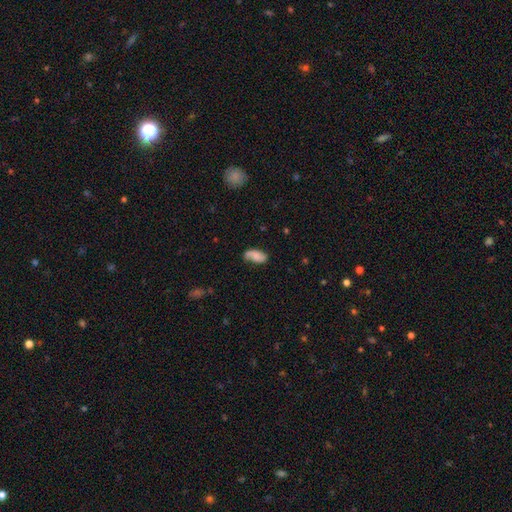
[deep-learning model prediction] A smooth galaxy with no disk features (58%) that is in between round and cigar-shaped (90%). Merging: none (58%).